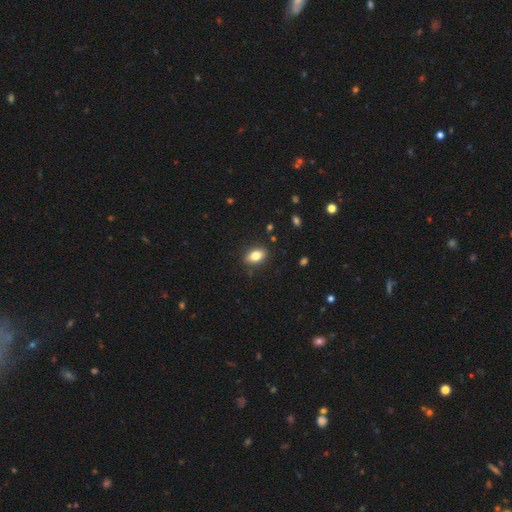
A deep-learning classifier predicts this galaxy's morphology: Overall: smooth (79%). How rounded: in between (86%). Merging: none (87%).